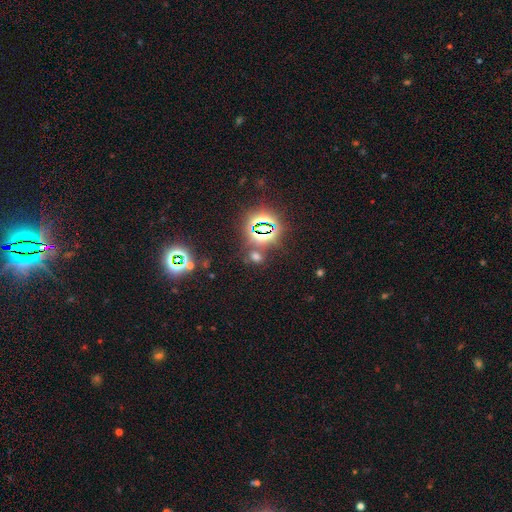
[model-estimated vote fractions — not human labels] A star or artifact, not a galaxy (62%).

Vote fractions:
- Smooth or featured? star or artifact: 62% / smooth: 30% / featured or disk: 8%